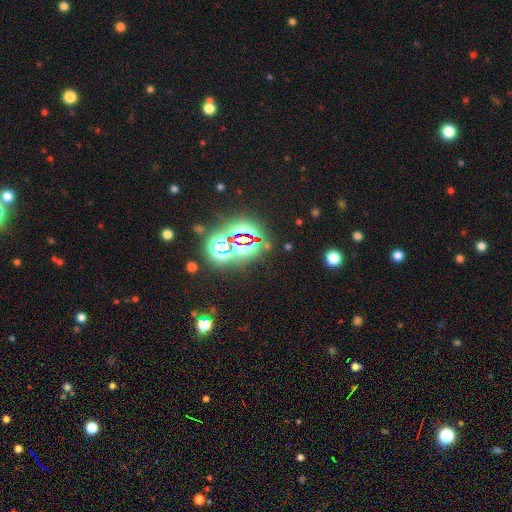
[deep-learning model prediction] Smooth or featured? Predicted: star or artifact (p=0.77).